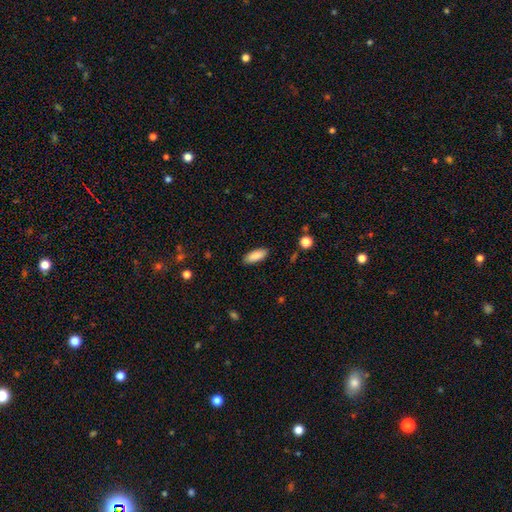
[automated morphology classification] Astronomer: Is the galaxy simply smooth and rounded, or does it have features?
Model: smooth — 89%.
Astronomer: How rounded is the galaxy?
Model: in between — 78%.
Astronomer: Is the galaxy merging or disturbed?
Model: none — 88%.